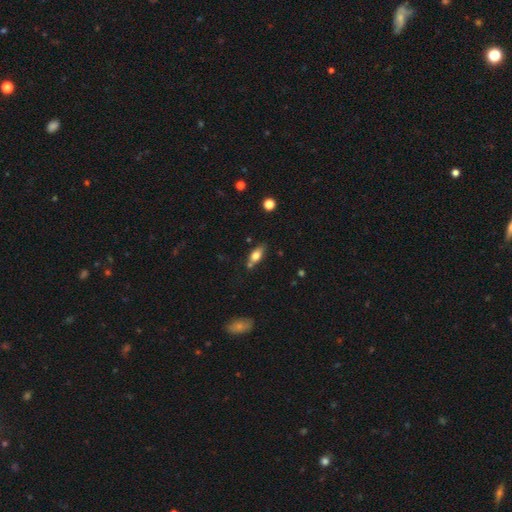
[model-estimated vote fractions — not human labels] Q: Smooth or featured?
A: smooth (70%); runner-up: featured or disk (22%)
Q: How rounded?
A: in between (79%); runner-up: cigar-shaped (17%)
Q: Merging?
A: none (62%); runner-up: minor disturbance (19%)